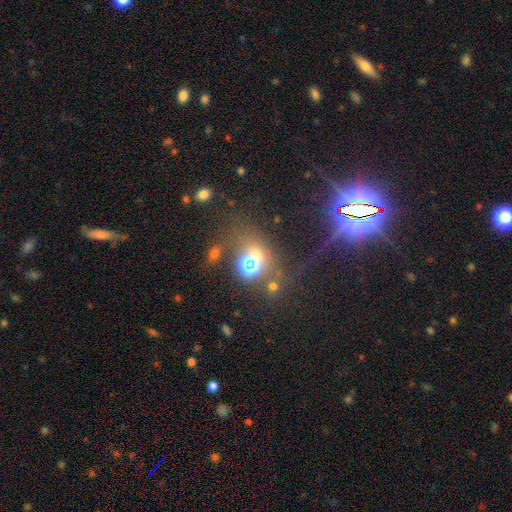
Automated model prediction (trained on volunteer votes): Smooth or featured?
  - star or artifact: 54% *
  - smooth: 32%
  - featured or disk: 14%